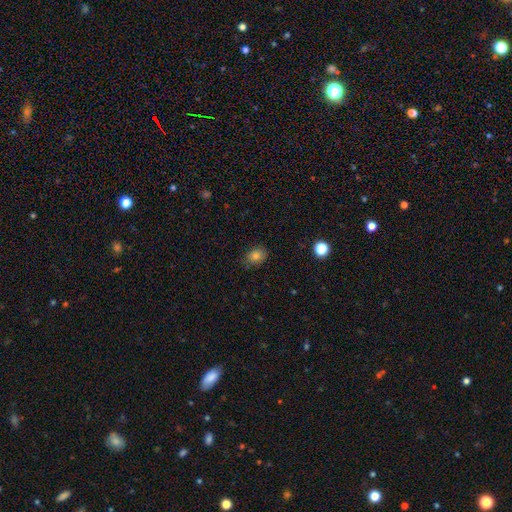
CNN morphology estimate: This appears to be a smooth galaxy with no disk features (80%) that is in between round and cigar-shaped (62%). Merging: none (81%).